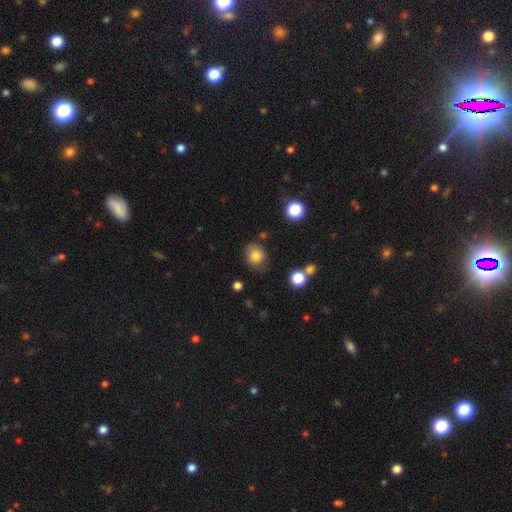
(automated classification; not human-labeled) The model was most divided on "how rounded": round: 70%, in between: 29%, cigar-shaped: 1%. More confident: smooth or featured — smooth (80%); merging — none (75%).